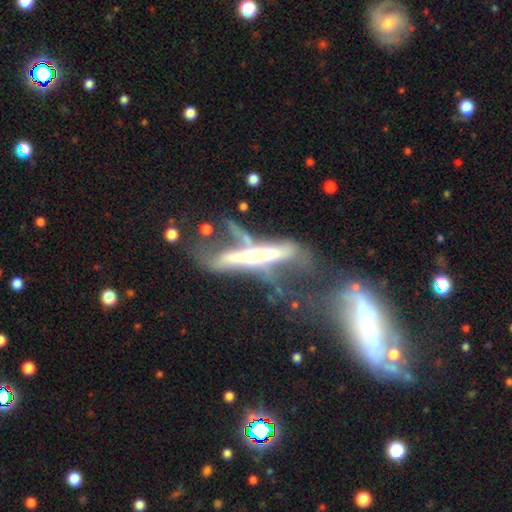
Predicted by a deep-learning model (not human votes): Q: Smooth or featured?
A: featured or disk (70%); runner-up: smooth (21%)
Q: Edge-on disk?
A: yes (76%); runner-up: no (24%)
Q: Edge-on bulge?
A: rounded (42%); runner-up: none (35%)
Q: Merging?
A: merger (36%); runner-up: major disturbance (31%)